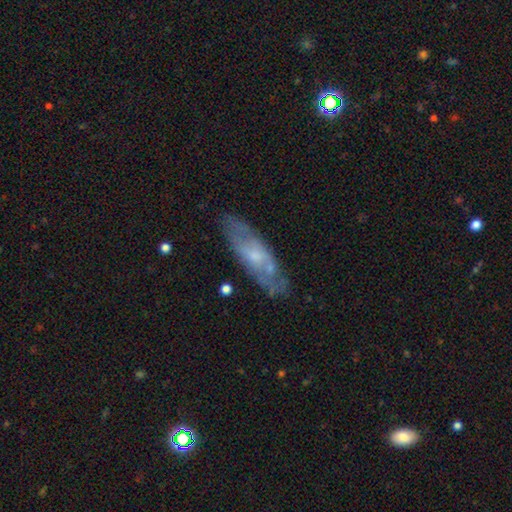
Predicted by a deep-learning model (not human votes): The model was most divided on "smooth or featured": featured or disk: 59%, smooth: 34%, star or artifact: 7%. More confident: merging — none (74%); edge-on disk — no (72%).